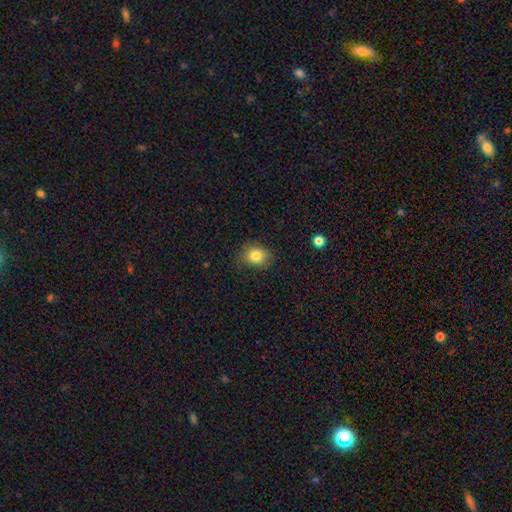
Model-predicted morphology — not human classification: Smooth or featured? Predicted: smooth (p=0.82). How rounded? Predicted: round (p=0.54). Merging? Predicted: none (p=0.76).